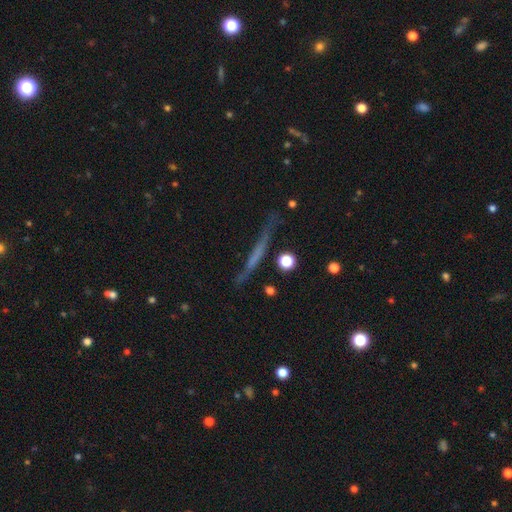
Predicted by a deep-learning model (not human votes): A featured or disk galaxy (50%).

Vote fractions:
- Smooth or featured? featured or disk: 50% / smooth: 39% / star or artifact: 12%
- Merging? none: 75% / minor disturbance: 16% / major disturbance: 6% / merger: 3%